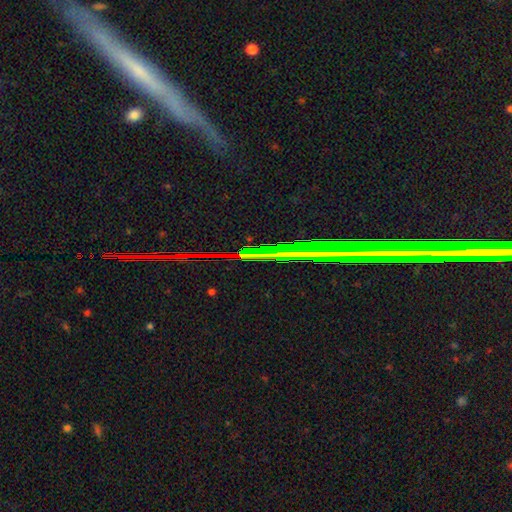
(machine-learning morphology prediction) Smooth or featured? star or artifact (68%)